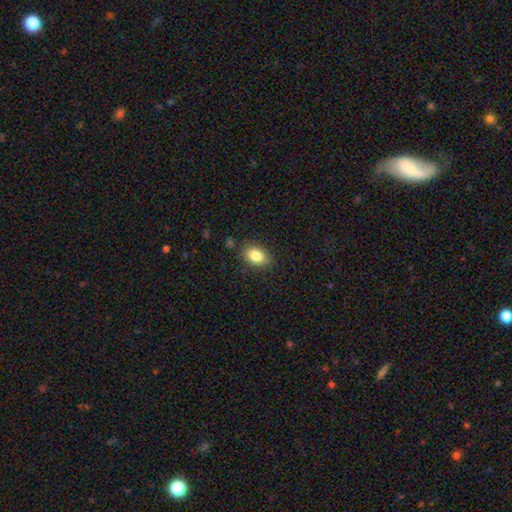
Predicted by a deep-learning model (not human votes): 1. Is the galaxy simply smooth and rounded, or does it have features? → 84% smooth, 9% star or artifact, 7% featured or disk.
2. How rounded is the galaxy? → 79% in between, 20% round, 1% cigar-shaped.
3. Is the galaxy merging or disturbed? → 84% none, 11% minor disturbance, 3% major disturbance, 2% merger.